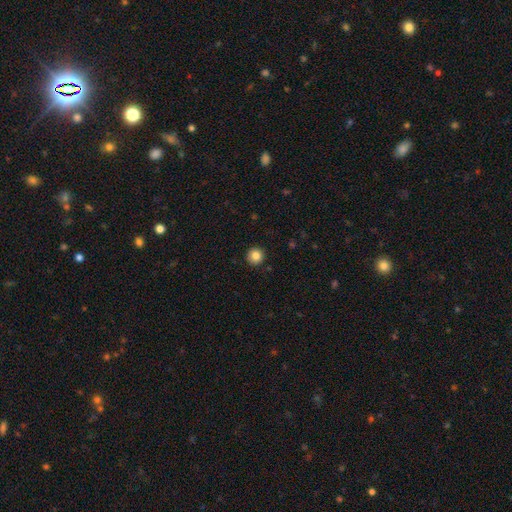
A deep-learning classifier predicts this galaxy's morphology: Smooth or featured?
  - smooth: 85% *
  - star or artifact: 10%
  - featured or disk: 5%
How rounded?
  - round: 94% *
  - in between: 5%
  - cigar-shaped: 1%
Merging?
  - none: 92% *
  - minor disturbance: 6%
  - major disturbance: 2%
  - merger: 1%